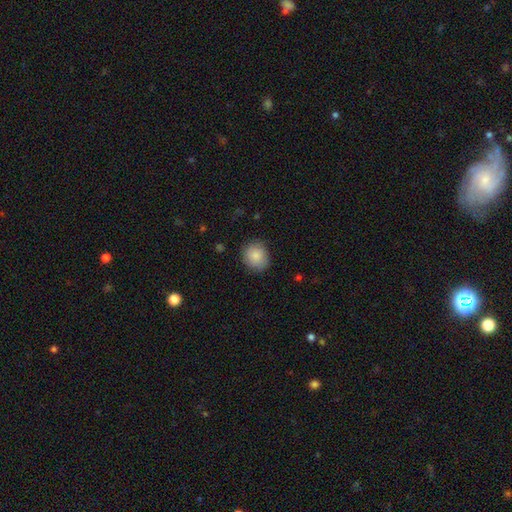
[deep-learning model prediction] This is clearly a smooth galaxy (84%). How rounded: clearly round (81%). Merging: clearly none (83%).